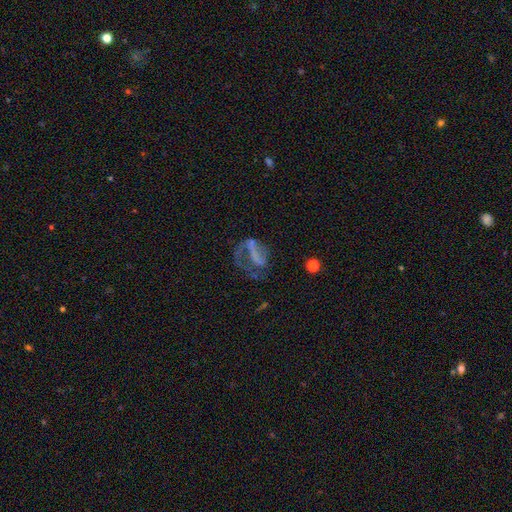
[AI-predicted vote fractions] Smooth or featured: featured or disk — 58% (smooth — 27%)
Edge-on disk: no — 96% (yes — 4%)
Bar: no — 51% (strong — 27%)
Spiral arms: no — 56% (yes — 44%)
Bulge size: none — 74% (small — 12%)
Merging: major disturbance — 53% (none — 26%)